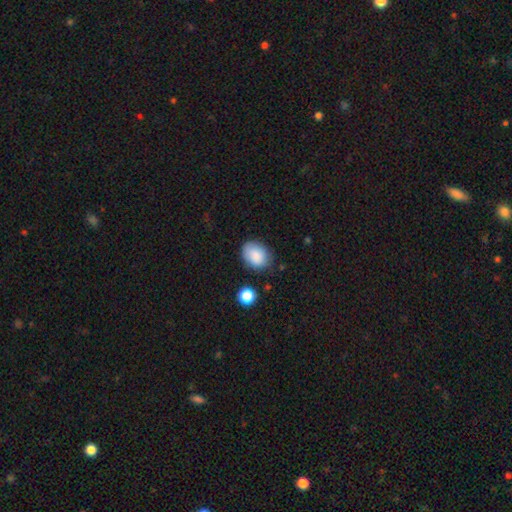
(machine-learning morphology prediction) smooth-or-featured: smooth: 87% | star or artifact: 8% | featured or disk: 5%
  how-rounded: in between: 66% | round: 34% | cigar-shaped: 1%
  merging: none: 76% | minor disturbance: 17% | major disturbance: 4% | merger: 3%